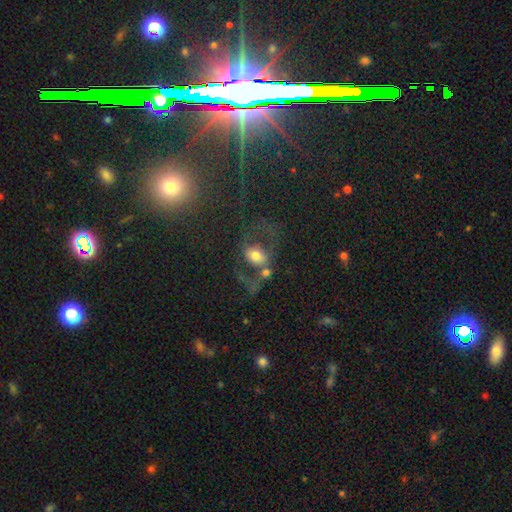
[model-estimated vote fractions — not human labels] smooth 50%, featured or disk 36%, star or artifact 13%. Down the decision tree: how rounded — in between (57%); merging — major disturbance (30%).